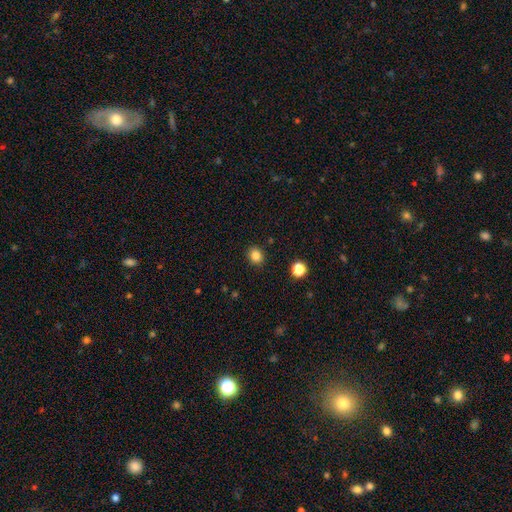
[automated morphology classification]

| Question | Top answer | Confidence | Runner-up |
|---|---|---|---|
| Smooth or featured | smooth | 83% | star or artifact (12%) |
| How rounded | round | 68% | in between (31%) |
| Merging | none | 90% | minor disturbance (7%) |